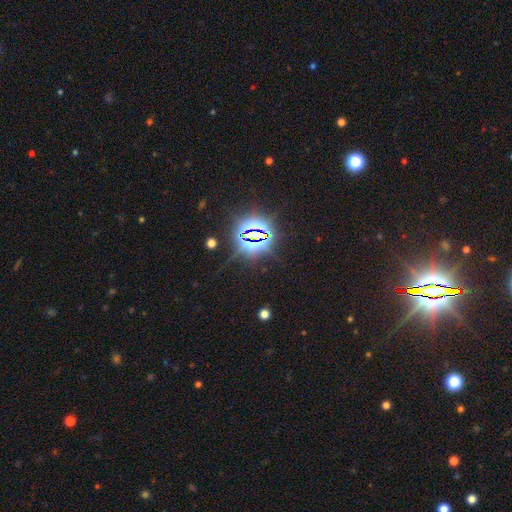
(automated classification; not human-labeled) Smooth or featured: star or artifact — 84% (smooth — 9%)